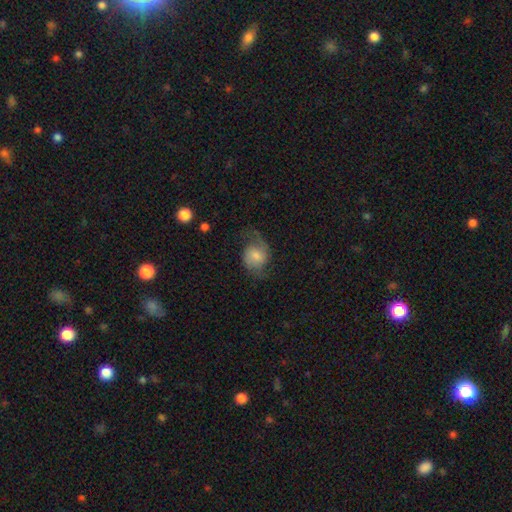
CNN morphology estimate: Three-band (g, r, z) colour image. It shows a featured or disk galaxy (59%) with no bar (56%), 2 (86%) loose (53%) spiral arms (90%) and a moderate central bulge (42%). Merging: none (59%).